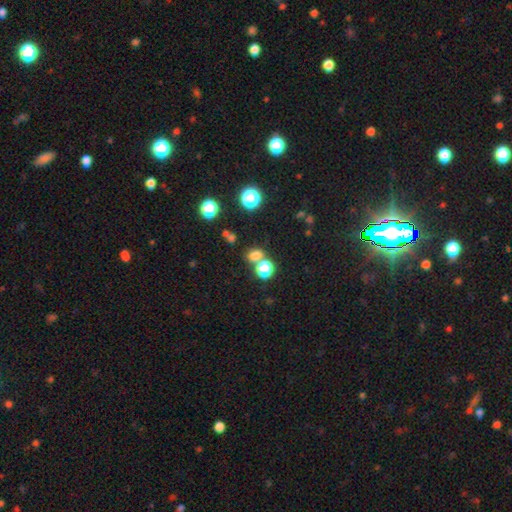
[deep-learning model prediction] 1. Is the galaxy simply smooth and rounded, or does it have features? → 70% smooth, 24% star or artifact, 7% featured or disk.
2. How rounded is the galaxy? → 51% round, 48% in between, 1% cigar-shaped.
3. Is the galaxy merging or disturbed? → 62% none, 24% merger, 10% minor disturbance, 4% major disturbance.